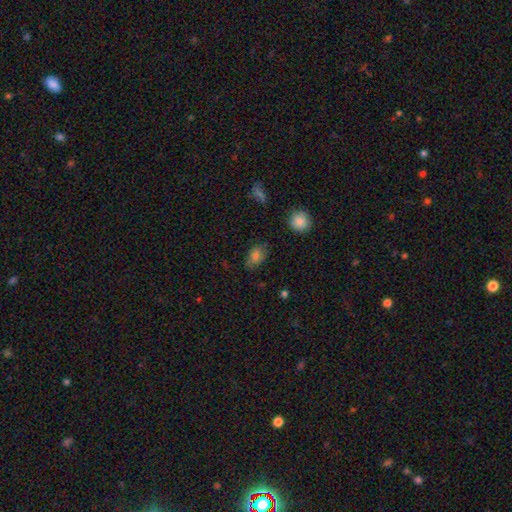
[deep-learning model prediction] Smooth or featured: smooth — 76% (star or artifact — 14%)
How rounded: in between — 80% (round — 17%)
Merging: none — 73% (minor disturbance — 20%)